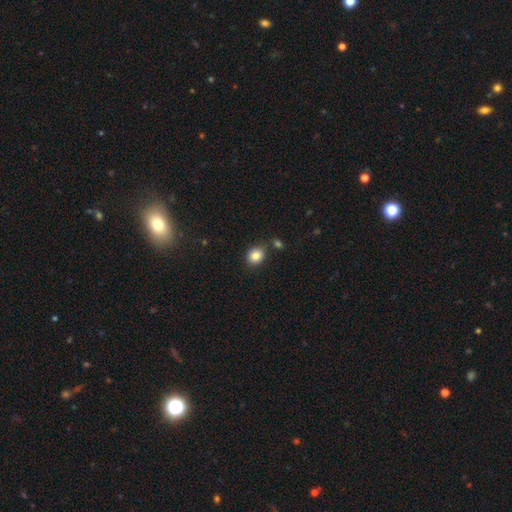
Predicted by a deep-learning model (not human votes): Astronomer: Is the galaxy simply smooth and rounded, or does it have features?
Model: smooth — 84%.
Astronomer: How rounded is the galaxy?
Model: round — 69%.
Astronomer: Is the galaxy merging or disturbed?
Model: none — 78%.